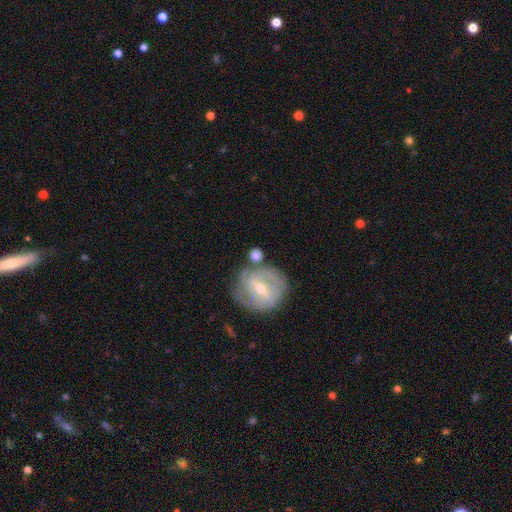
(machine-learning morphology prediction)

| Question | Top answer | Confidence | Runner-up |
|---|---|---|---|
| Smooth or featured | smooth | 47% | featured or disk (44%) |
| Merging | none | 65% | minor disturbance (15%) |